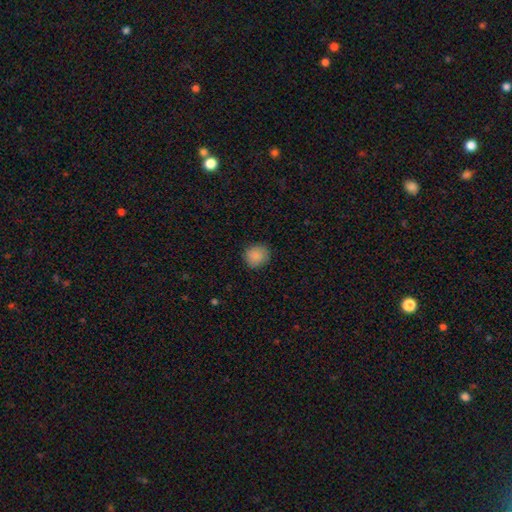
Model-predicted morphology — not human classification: type=smooth (87%); roundness=round (85%); merging=none (87%).